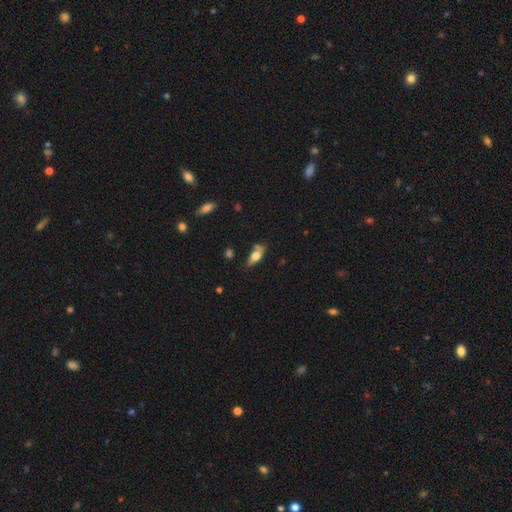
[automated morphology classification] This appears to be a smooth galaxy with no disk features (60%) that is in between round and cigar-shaped (70%). Merging: none (57%).